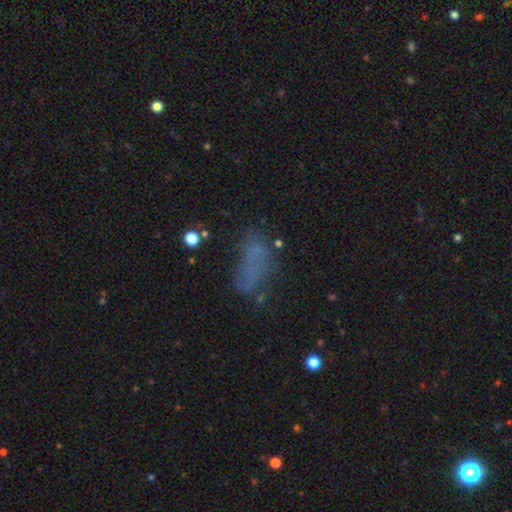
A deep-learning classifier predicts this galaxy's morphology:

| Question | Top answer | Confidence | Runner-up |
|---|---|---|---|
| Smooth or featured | smooth | 56% | featured or disk (23%) |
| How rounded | in between | 79% | cigar-shaped (15%) |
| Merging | none | 45% | major disturbance (24%) |